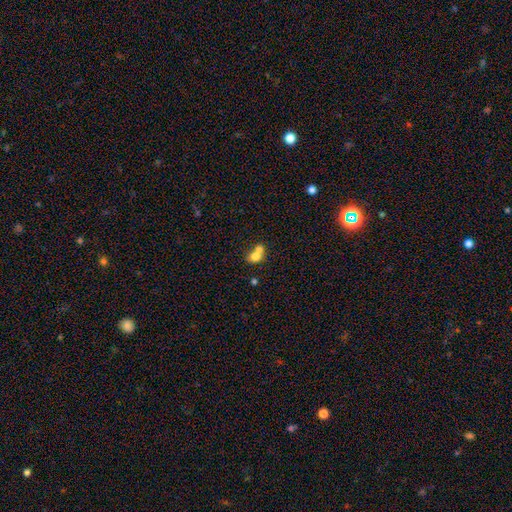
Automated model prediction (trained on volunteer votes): smooth_or_featured: smooth (p=0.74) [alt: featured or disk p=0.16]
how_rounded: round (p=0.58) [alt: in between p=0.41]
merging: merger (p=0.69) [alt: none p=0.23]